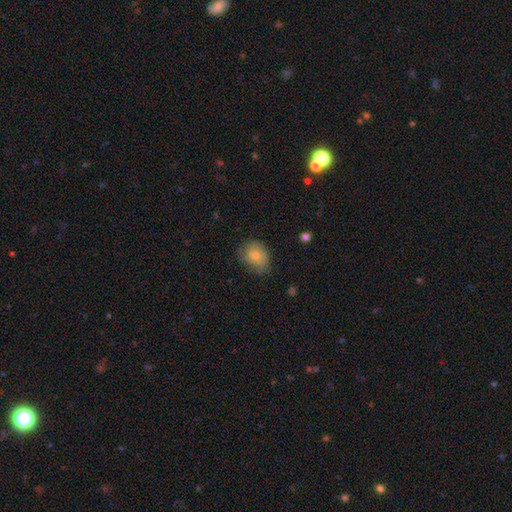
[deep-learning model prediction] Q: Smooth or featured?
A: smooth (78%); runner-up: featured or disk (14%)
Q: How rounded?
A: in between (52%); runner-up: round (47%)
Q: Merging?
A: none (61%); runner-up: minor disturbance (29%)